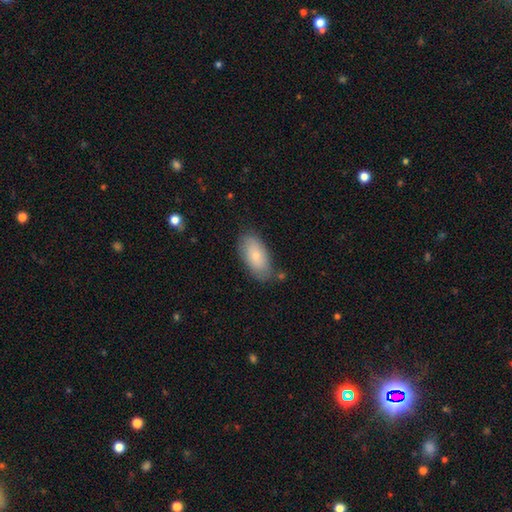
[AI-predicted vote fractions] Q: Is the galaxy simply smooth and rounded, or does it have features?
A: smooth — 76%.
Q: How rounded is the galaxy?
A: in between — 93%.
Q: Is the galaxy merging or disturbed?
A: none — 75%.